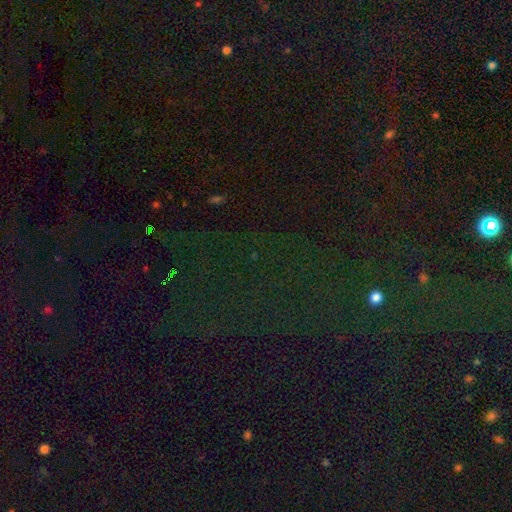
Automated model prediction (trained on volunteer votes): This is likely a star or artifact rather than a galaxy (79%).